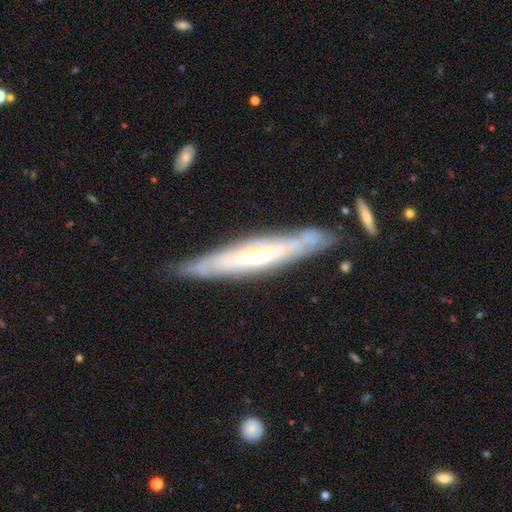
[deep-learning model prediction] Smooth or featured? Predicted: featured or disk (p=0.74). Edge-on disk? Predicted: yes (p=0.69). Edge-on bulge? Predicted: rounded (p=0.71). Merging? Predicted: none (p=0.78).